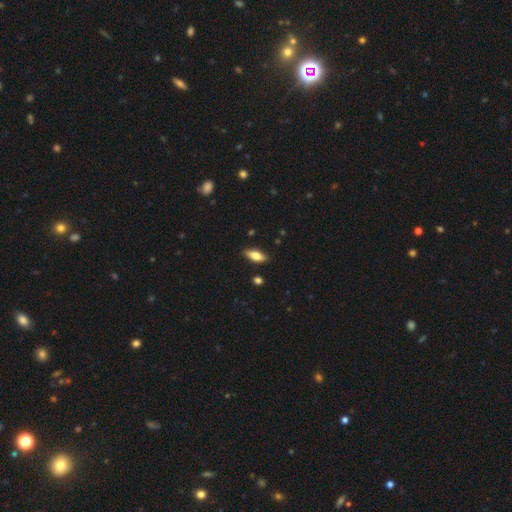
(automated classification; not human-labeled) smooth-or-featured: smooth: 72% | featured or disk: 22% | star or artifact: 6%
  how-rounded: in between: 74% | cigar-shaped: 23% | round: 3%
  merging: none: 86% | minor disturbance: 11% | major disturbance: 2% | merger: 1%